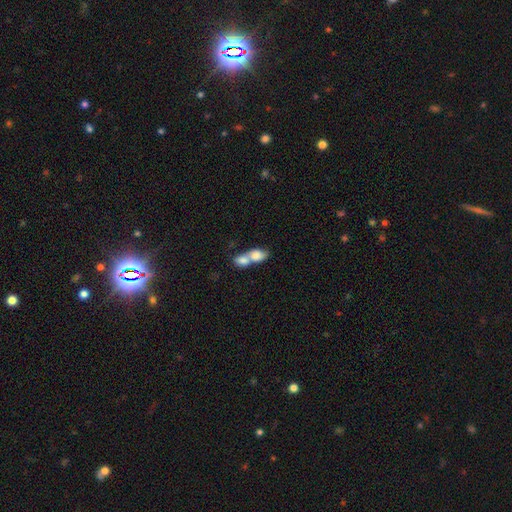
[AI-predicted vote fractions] Q: Smooth or featured?
A: smooth (77%); runner-up: featured or disk (16%)
Q: How rounded?
A: in between (74%); runner-up: round (21%)
Q: Merging?
A: merger (79%); runner-up: none (13%)